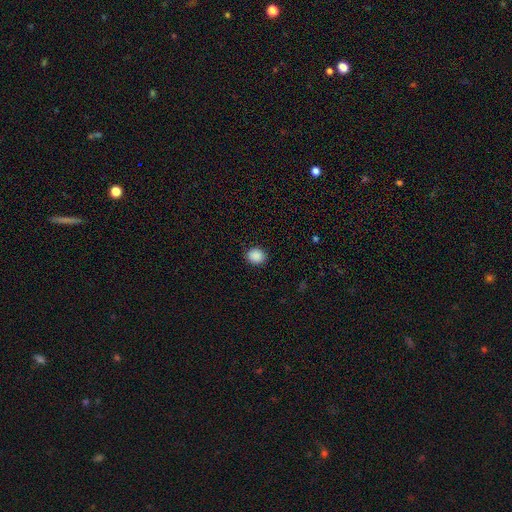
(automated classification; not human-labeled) Smooth or featured? smooth (89%)
How rounded? round (76%)
Merging? none (89%)